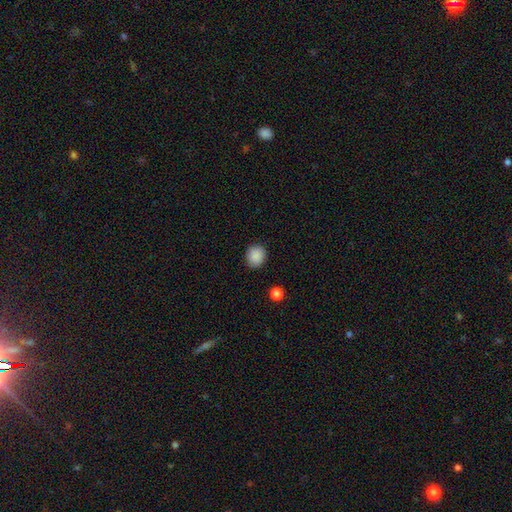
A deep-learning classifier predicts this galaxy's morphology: A smooth galaxy with no disk features (89%) that is round (81%). Merging: none (88%).